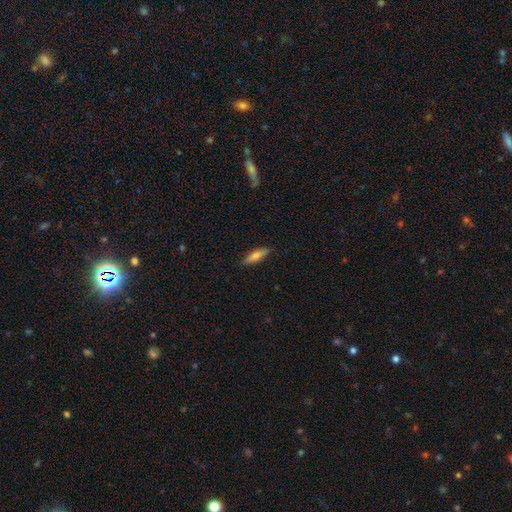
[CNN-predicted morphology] Smooth or featured? smooth (65%)
How rounded? cigar-shaped (69%)
Merging? none (87%)